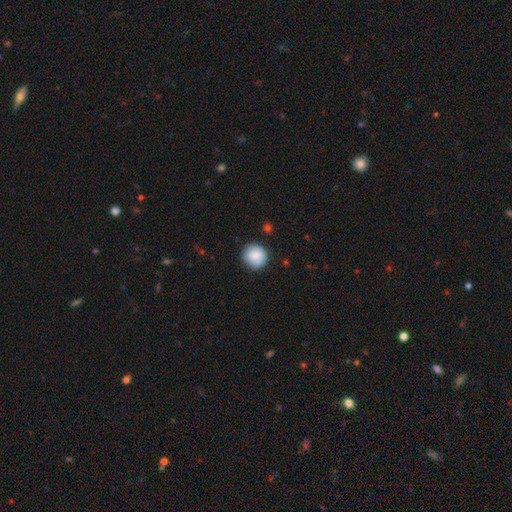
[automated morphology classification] A smooth galaxy with no disk features (85%) that is round (93%). Merging: none (83%).